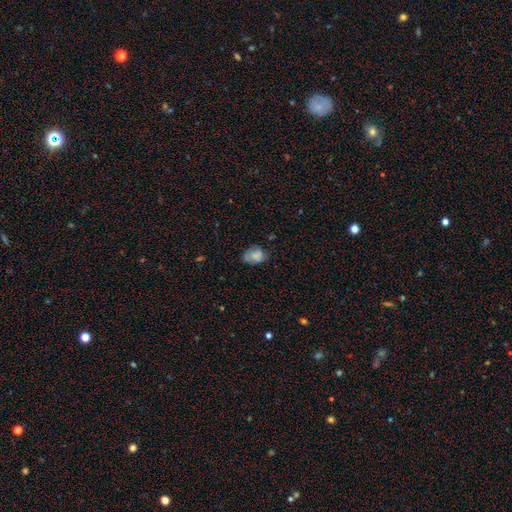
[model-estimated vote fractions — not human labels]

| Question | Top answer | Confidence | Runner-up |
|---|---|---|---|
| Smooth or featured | smooth | 68% | featured or disk (22%) |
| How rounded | in between | 68% | round (31%) |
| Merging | none | 53% | minor disturbance (32%) |